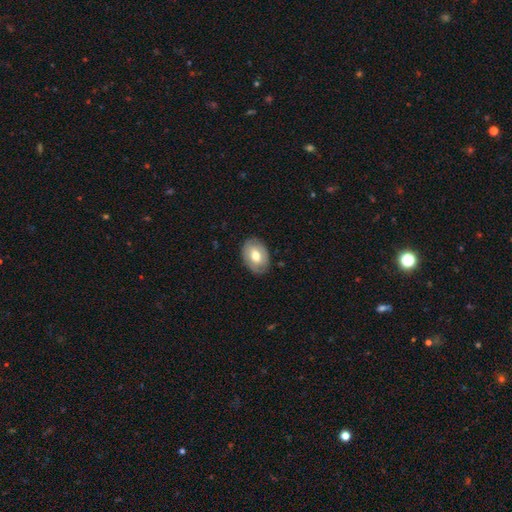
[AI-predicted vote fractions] Smooth or featured? Predicted: smooth (p=0.59). How rounded? Predicted: in between (p=0.81). Merging? Predicted: none (p=0.82).